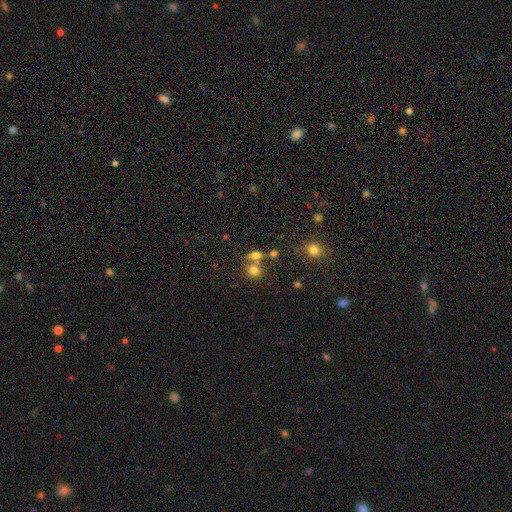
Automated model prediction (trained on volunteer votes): Smooth or featured?
  - smooth: 70% *
  - featured or disk: 16%
  - star or artifact: 14%
How rounded?
  - in between: 61% *
  - round: 31%
  - cigar-shaped: 8%
Merging?
  - none: 46% *
  - merger: 39%
  - minor disturbance: 10%
  - major disturbance: 5%